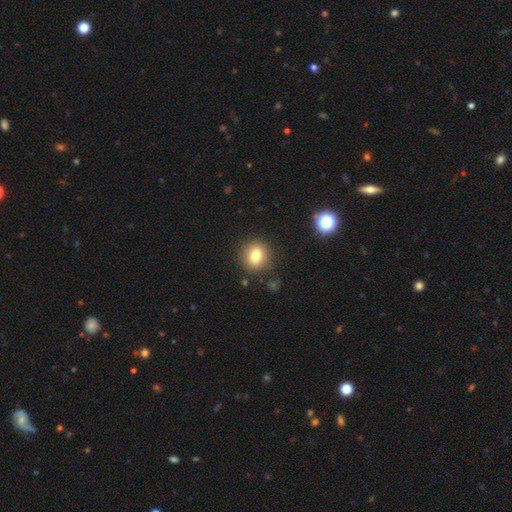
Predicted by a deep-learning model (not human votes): Smooth or featured: smooth — 78% (star or artifact — 12%)
How rounded: round — 84% (in between — 15%)
Merging: none — 88% (minor disturbance — 8%)